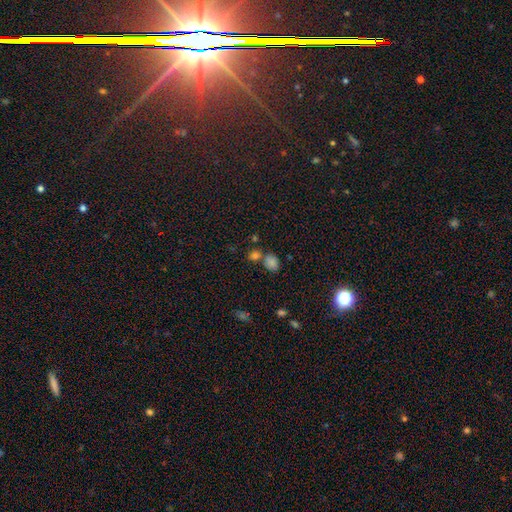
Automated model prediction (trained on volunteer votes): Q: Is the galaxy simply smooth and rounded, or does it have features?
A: smooth — 60%.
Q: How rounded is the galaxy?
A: round — 60%.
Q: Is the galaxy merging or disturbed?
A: none — 56%.